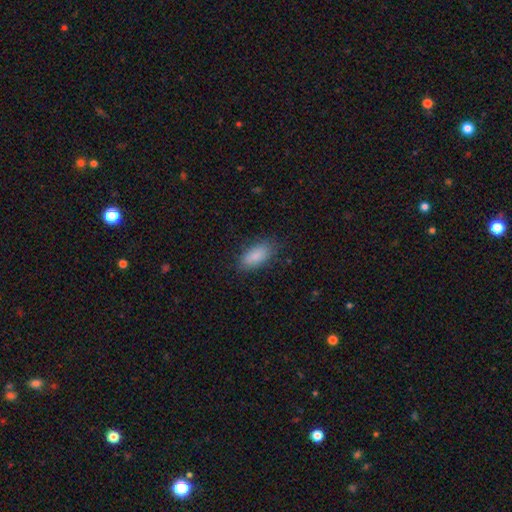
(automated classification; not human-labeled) Smooth or featured: smooth — 88% (star or artifact — 7%)
How rounded: in between — 89% (cigar-shaped — 8%)
Merging: none — 80% (minor disturbance — 15%)